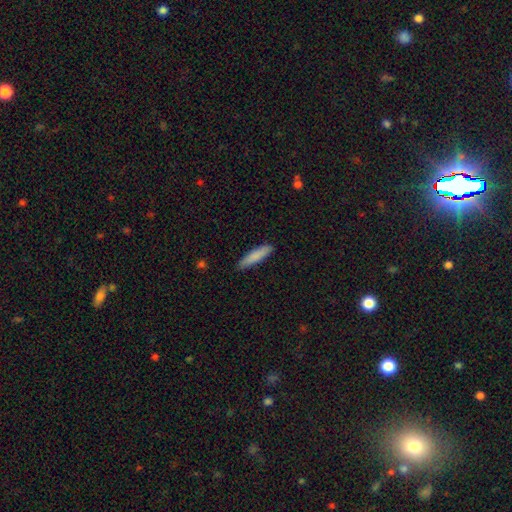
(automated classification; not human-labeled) Q: Smooth or featured?
A: smooth (84%); runner-up: featured or disk (10%)
Q: How rounded?
A: cigar-shaped (82%); runner-up: in between (17%)
Q: Merging?
A: none (85%); runner-up: minor disturbance (12%)